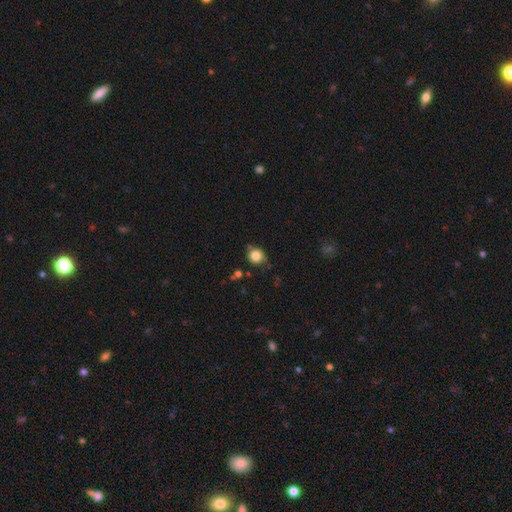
This appears to be a smooth galaxy with no disk features (82%) that is round (91%). Merging: none (86%).